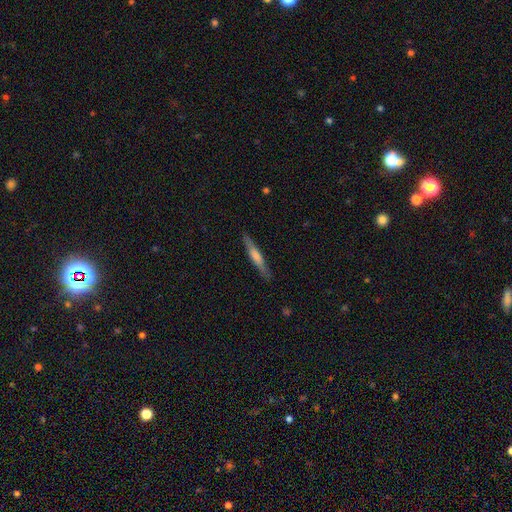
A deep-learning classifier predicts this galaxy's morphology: The model was most divided on "smooth or featured": featured or disk: 56%, smooth: 37%, star or artifact: 6%. More confident: edge-on disk — yes (95%); merging — none (89%); edge-on bulge — rounded (50%).